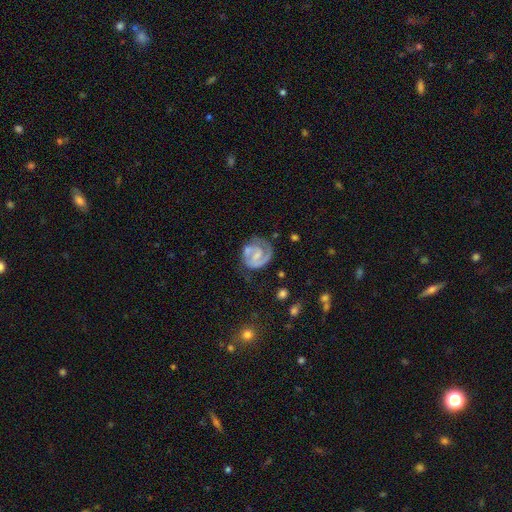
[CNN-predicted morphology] smooth_or_featured: featured or disk (p=0.78) [alt: smooth p=0.16]
disk_edge_on: no (p=0.98) [alt: yes p=0.02]
bar: weak (p=0.45) [alt: no p=0.41]
has_spiral_arms: yes (p=0.91) [alt: no p=0.09]
spiral_winding: tight (p=0.53) [alt: medium p=0.36]
spiral_arm_count: 2 (p=0.49) [alt: 1 p=0.36]
bulge_size: small (p=0.42) [alt: none p=0.28]
merging: none (p=0.57) [alt: minor disturbance p=0.22]